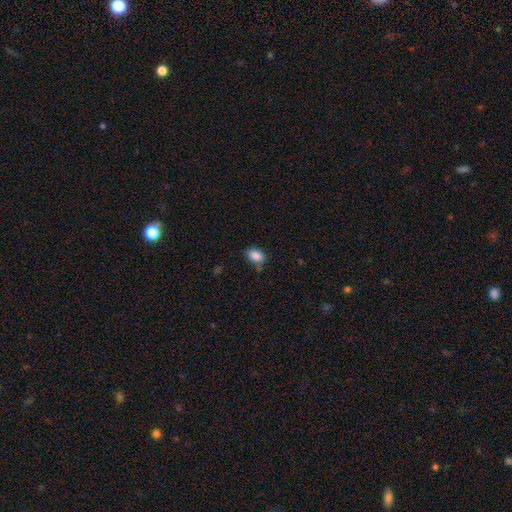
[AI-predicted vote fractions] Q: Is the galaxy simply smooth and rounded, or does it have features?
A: smooth — 87%.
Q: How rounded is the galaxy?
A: in between — 82%.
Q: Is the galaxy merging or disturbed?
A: none — 69%.